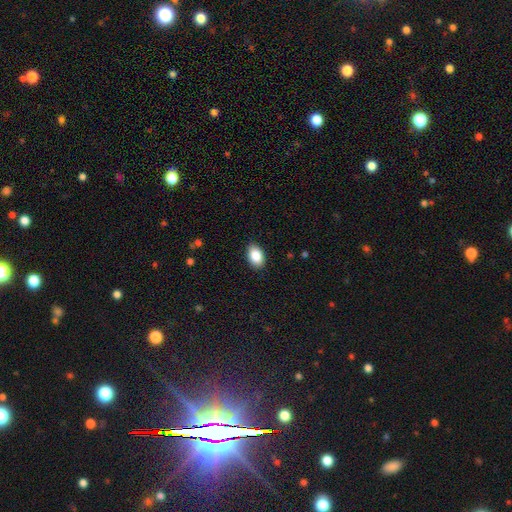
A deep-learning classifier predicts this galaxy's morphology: This is clearly a smooth galaxy (88%). How rounded: clearly in between (89%). Merging: clearly none (89%).